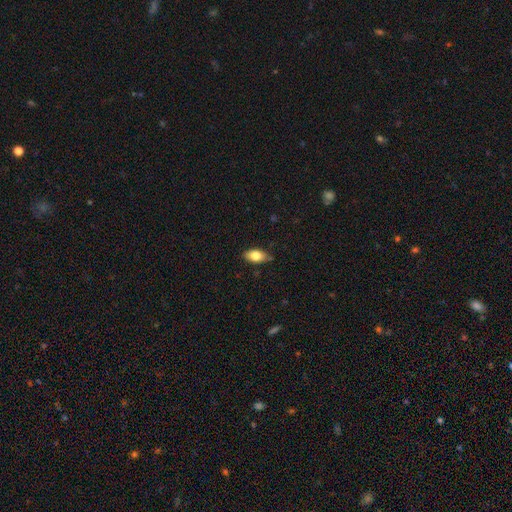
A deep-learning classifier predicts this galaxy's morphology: smooth_or_featured: smooth (p=0.78) [alt: featured or disk p=0.14]
how_rounded: in between (p=0.89) [alt: round p=0.06]
merging: none (p=0.80) [alt: minor disturbance p=0.17]